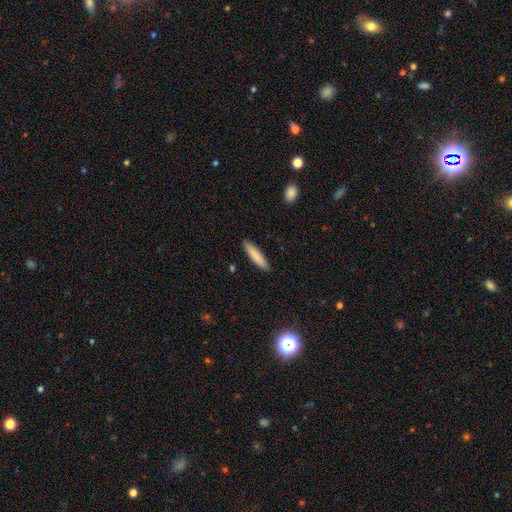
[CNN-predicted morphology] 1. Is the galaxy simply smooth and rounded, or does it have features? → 85% smooth, 9% featured or disk, 6% star or artifact.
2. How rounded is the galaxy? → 81% cigar-shaped, 18% in between, 1% round.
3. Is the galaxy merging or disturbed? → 90% none, 7% minor disturbance, 2% major disturbance, 1% merger.